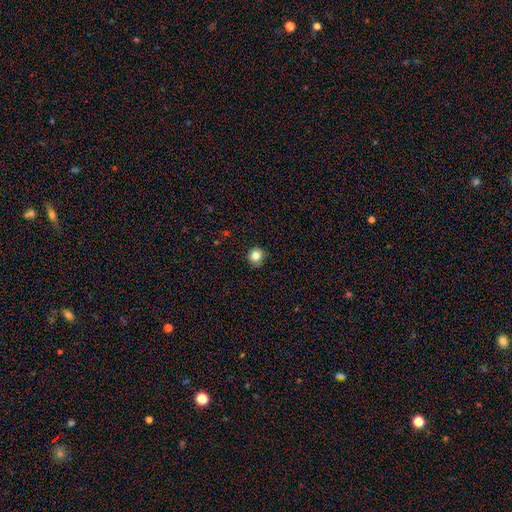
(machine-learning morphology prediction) Smooth or featured? Predicted: smooth (p=0.83). How rounded? Predicted: round (p=0.91). Merging? Predicted: none (p=0.88).